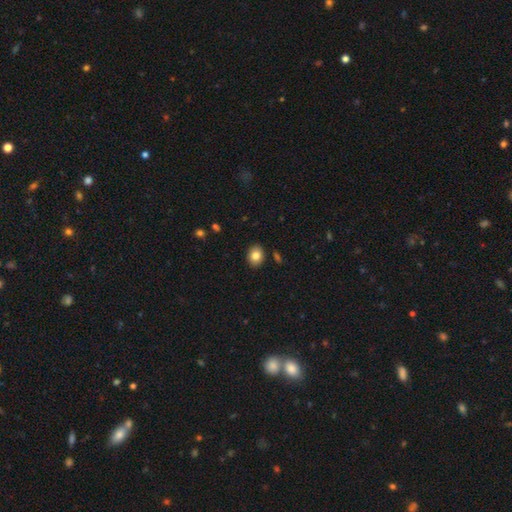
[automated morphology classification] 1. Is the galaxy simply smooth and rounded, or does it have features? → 82% smooth, 9% star or artifact, 9% featured or disk.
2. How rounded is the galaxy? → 55% in between, 45% round, 1% cigar-shaped.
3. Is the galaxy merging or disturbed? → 89% none, 7% minor disturbance, 2% merger, 2% major disturbance.